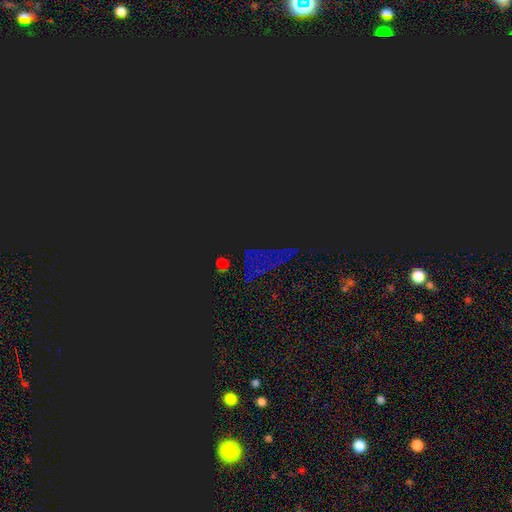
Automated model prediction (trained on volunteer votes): Q: Smooth or featured?
A: star or artifact (80%); runner-up: smooth (13%)